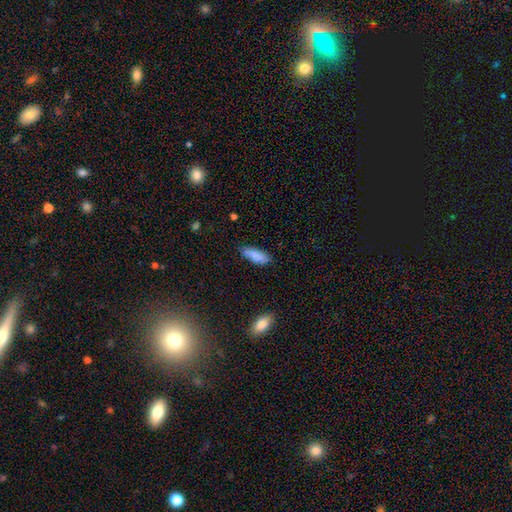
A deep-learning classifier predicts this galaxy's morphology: Smooth or featured? smooth (85%)
How rounded? in between (62%)
Merging? none (75%)